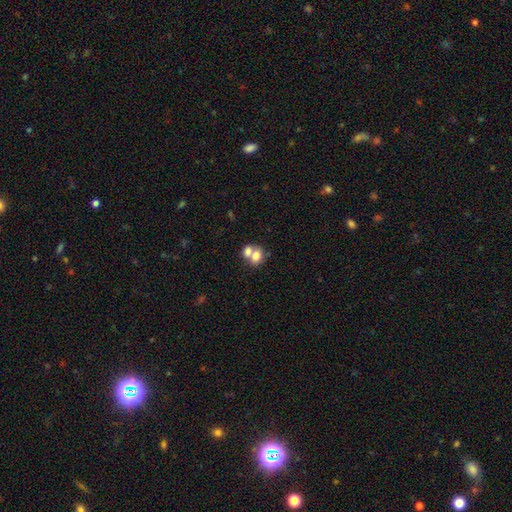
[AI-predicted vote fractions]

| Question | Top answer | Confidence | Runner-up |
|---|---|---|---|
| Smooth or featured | smooth | 73% | featured or disk (18%) |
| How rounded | in between | 59% | round (40%) |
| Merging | merger | 64% | none (25%) |